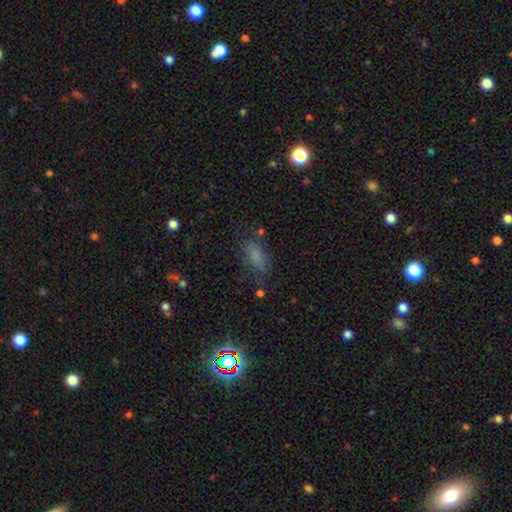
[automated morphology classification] The model was most divided on "merging": none: 66%, minor disturbance: 22%, major disturbance: 9%, merger: 4%. More confident: how rounded — in between (82%); smooth or featured — smooth (71%).